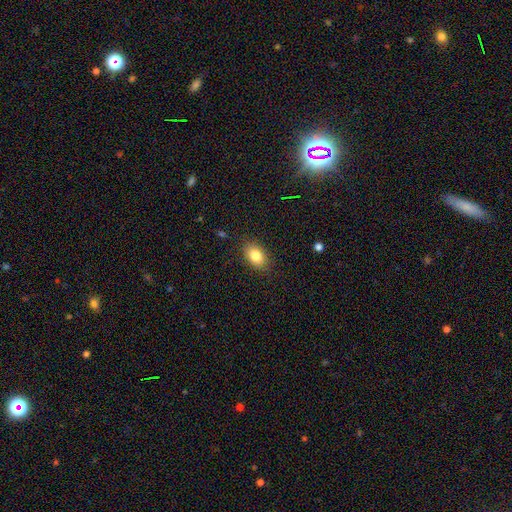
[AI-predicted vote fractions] Smooth or featured?
  - smooth: 83% *
  - star or artifact: 9%
  - featured or disk: 8%
How rounded?
  - in between: 82% *
  - round: 17%
  - cigar-shaped: 1%
Merging?
  - none: 86% *
  - minor disturbance: 10%
  - major disturbance: 3%
  - merger: 1%